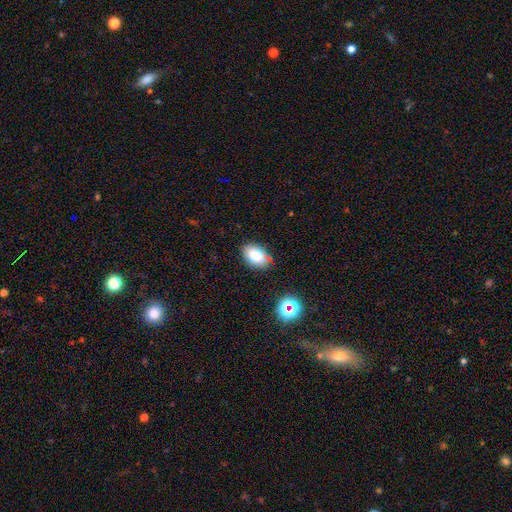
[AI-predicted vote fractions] Smooth or featured: smooth — 76% (featured or disk — 12%)
How rounded: in between — 84% (round — 14%)
Merging: none — 82% (minor disturbance — 13%)